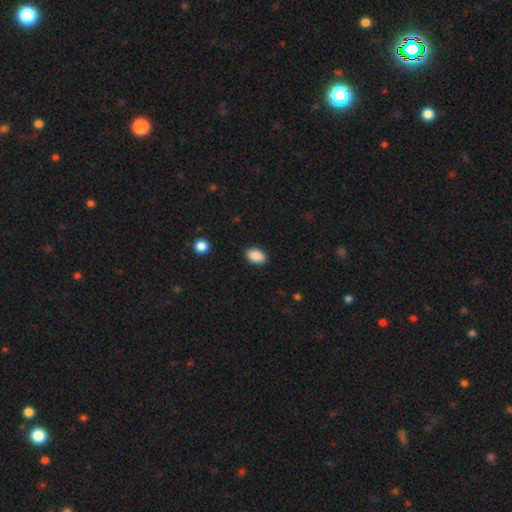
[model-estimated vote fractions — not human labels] Overall: smooth (89%). How rounded: in between (91%). Merging: none (89%).